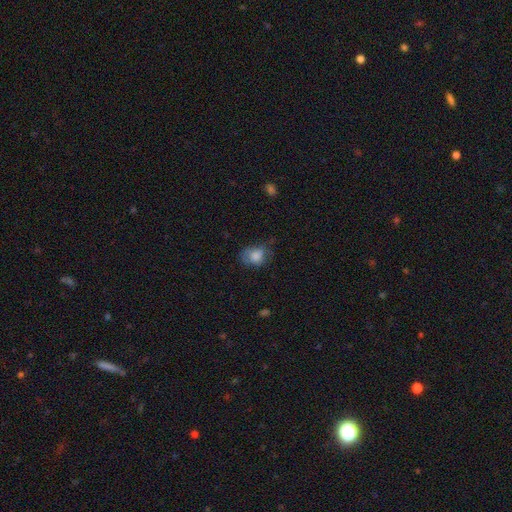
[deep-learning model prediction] smooth-or-featured: smooth: 78% | featured or disk: 13% | star or artifact: 9%
  how-rounded: in between: 58% | round: 41% | cigar-shaped: 1%
  merging: none: 49% | minor disturbance: 32% | major disturbance: 17% | merger: 2%